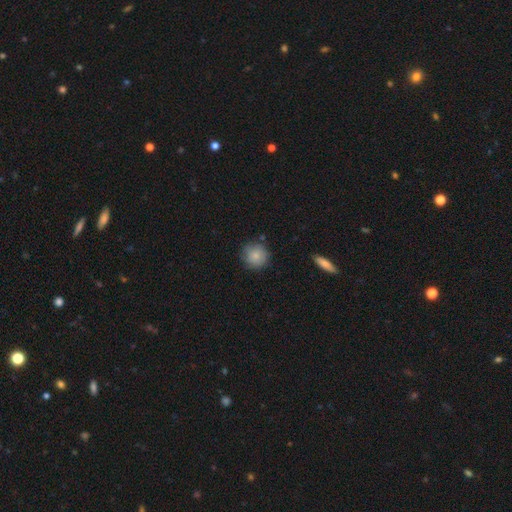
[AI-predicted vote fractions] Smooth or featured? smooth (82%)
How rounded? round (93%)
Merging? none (79%)